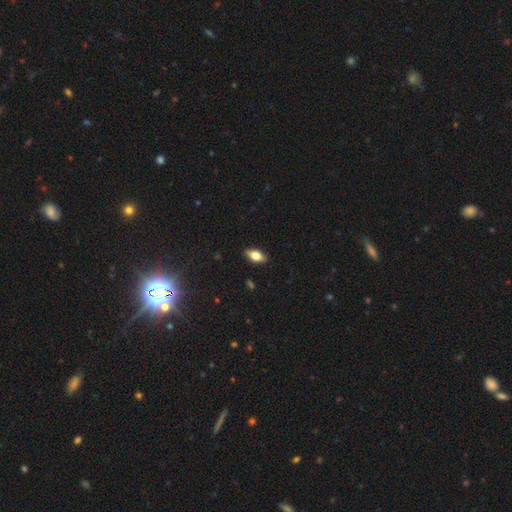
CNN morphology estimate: smooth 66%, featured or disk 26%, star or artifact 8%. Down the decision tree: how rounded — in between (85%); merging — none (87%).